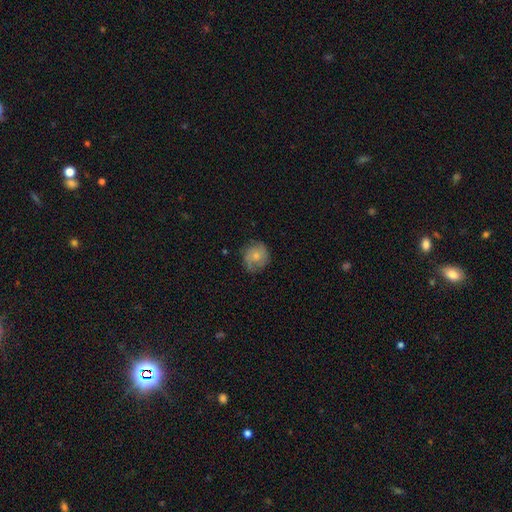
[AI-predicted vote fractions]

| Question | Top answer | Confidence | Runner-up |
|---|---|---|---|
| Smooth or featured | smooth | 60% | featured or disk (32%) |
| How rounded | round | 83% | in between (16%) |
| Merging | none | 70% | minor disturbance (22%) |